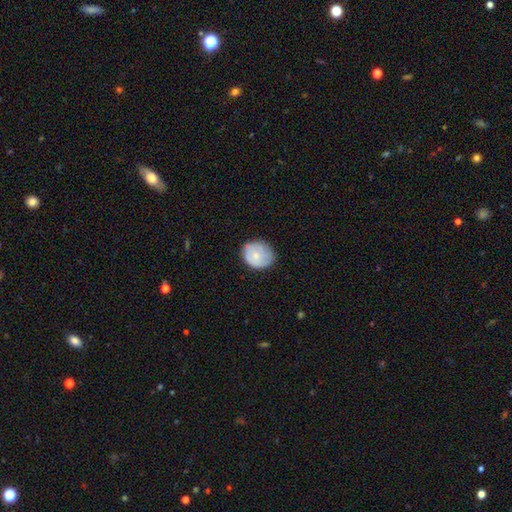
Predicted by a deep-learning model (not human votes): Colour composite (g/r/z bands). It shows a smooth galaxy with no disk features (64%) that is round (64%). Merging: none (69%).